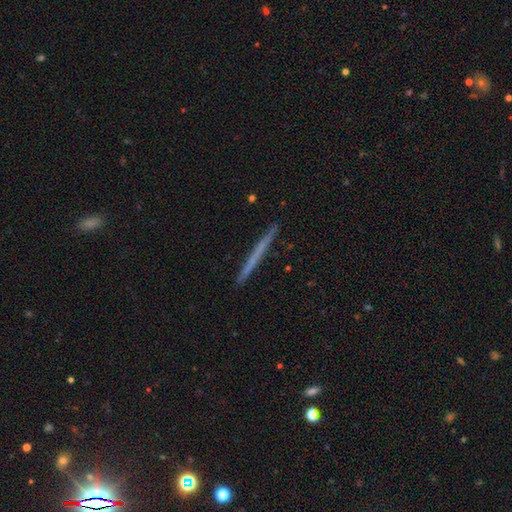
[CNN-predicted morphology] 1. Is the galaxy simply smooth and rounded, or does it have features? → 48% smooth, 46% featured or disk, 6% star or artifact.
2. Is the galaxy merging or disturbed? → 92% none, 5% minor disturbance, 1% major disturbance, 1% merger.